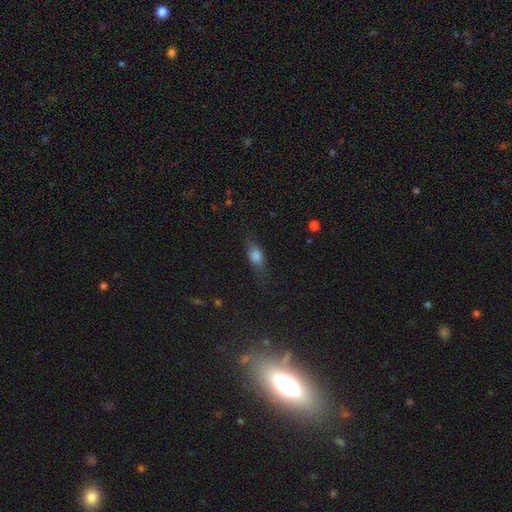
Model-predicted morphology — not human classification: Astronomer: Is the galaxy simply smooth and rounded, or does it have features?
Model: smooth — 73%.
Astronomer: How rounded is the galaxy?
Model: in between — 74%.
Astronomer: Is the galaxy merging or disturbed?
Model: none — 68%.